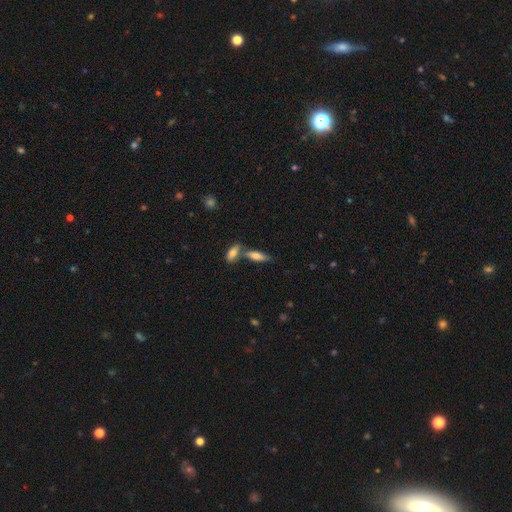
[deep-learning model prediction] Smooth or featured: smooth — 72% (featured or disk — 21%)
How rounded: in between — 55% (cigar-shaped — 43%)
Merging: none — 52% (merger — 34%)